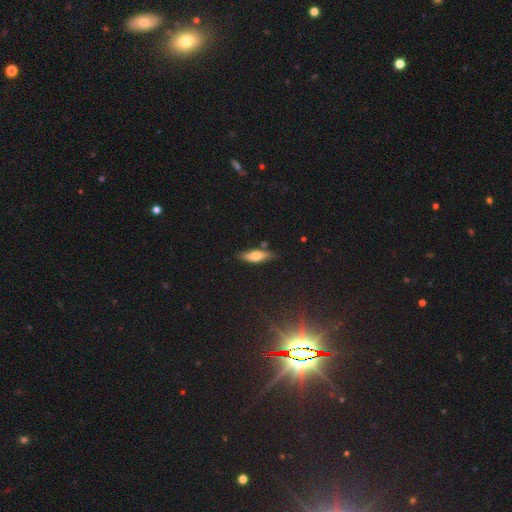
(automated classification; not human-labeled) A smooth galaxy with no disk features (64%) that is in between round and cigar-shaped (50%). Merging: none (77%).